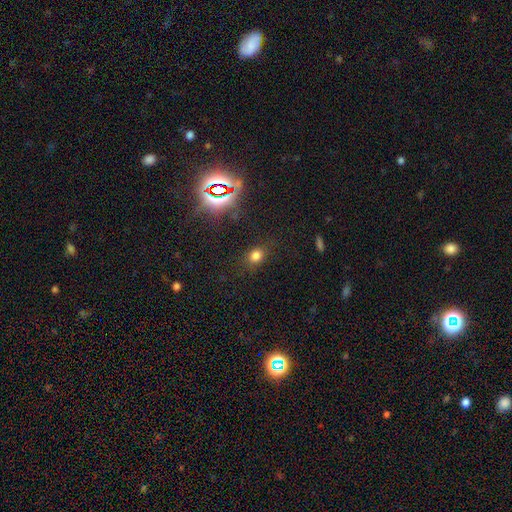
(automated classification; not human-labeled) smooth 73%, star or artifact 21%, featured or disk 7%. Down the decision tree: how rounded — round (57%); merging — none (80%).